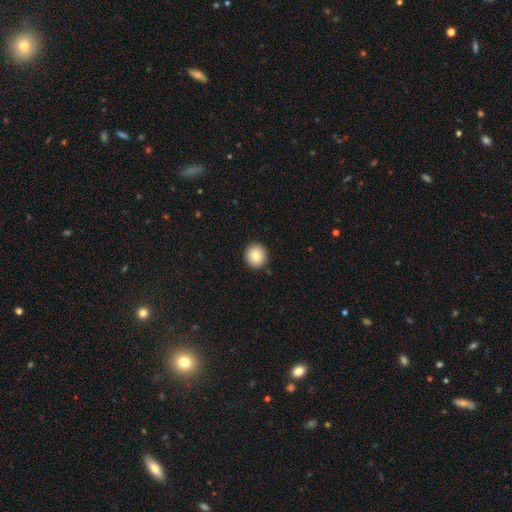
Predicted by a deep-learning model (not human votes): smooth 85%, star or artifact 8%, featured or disk 7%. Down the decision tree: how rounded — round (91%); merging — none (91%).